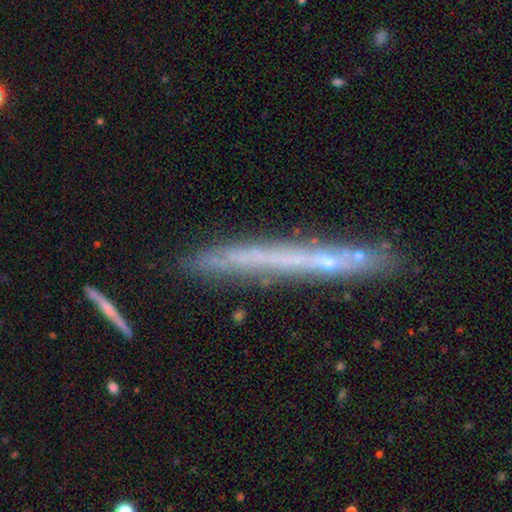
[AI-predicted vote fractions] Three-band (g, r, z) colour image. It shows a featured or disk galaxy (48%). Merging: none (79%).